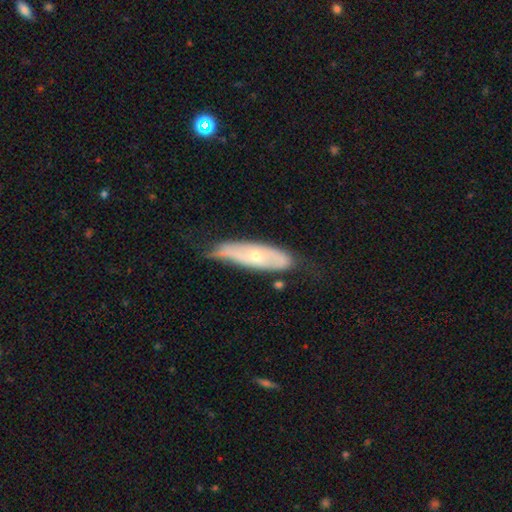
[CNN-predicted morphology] The model was most divided on "merging": none: 50%, minor disturbance: 33%, major disturbance: 13%, merger: 4%. More confident: edge-on disk — no (69%); smooth or featured — featured or disk (56%).